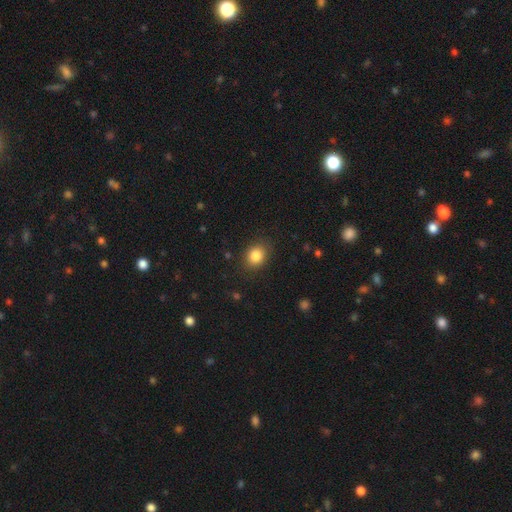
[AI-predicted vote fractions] smooth-or-featured: smooth: 84% | star or artifact: 10% | featured or disk: 6%
  how-rounded: round: 53% | in between: 46% | cigar-shaped: 1%
  merging: none: 85% | minor disturbance: 11% | major disturbance: 3% | merger: 1%